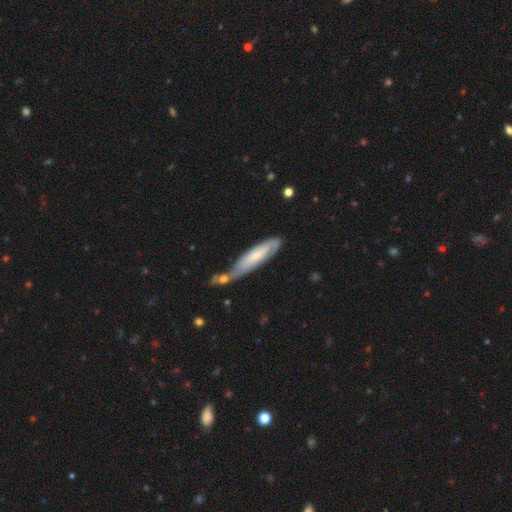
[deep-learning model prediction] This appears to be a smooth galaxy with no disk features (58%) that is cigar-shaped (74%). Merging: none (45%).